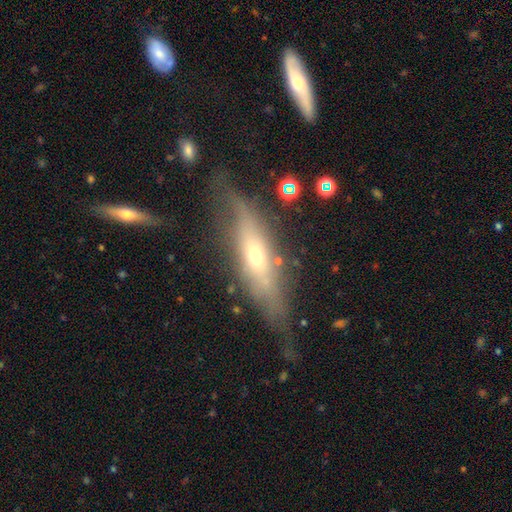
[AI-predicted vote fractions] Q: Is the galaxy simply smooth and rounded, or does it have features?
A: featured or disk — 64%.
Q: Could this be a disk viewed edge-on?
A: yes — 68%.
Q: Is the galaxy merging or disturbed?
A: none — 59%.